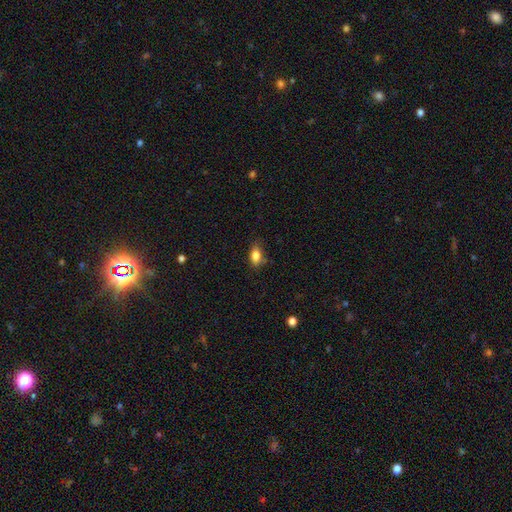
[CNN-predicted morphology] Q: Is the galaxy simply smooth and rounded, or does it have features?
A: smooth — 84%.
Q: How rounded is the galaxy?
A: in between — 84%.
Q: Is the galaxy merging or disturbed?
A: none — 70%.